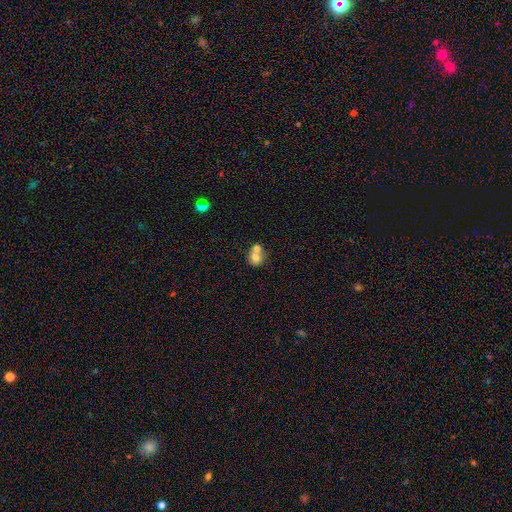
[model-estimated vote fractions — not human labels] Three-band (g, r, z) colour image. It shows a smooth galaxy with no disk features (70%) that is round (73%). Merging: merger (62%).